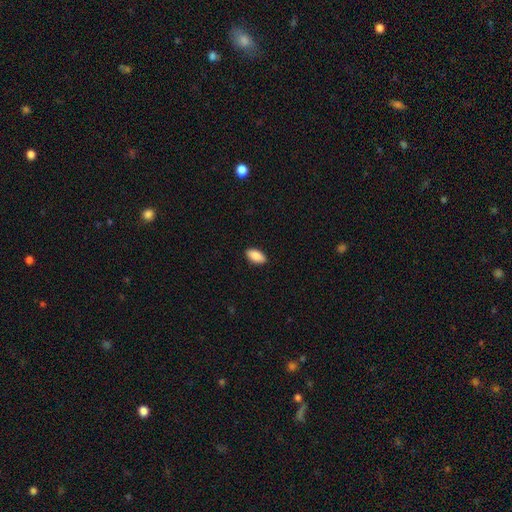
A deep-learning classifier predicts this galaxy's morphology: smooth_or_featured: smooth (p=0.90) [alt: star or artifact p=0.06]
how_rounded: in between (p=0.93) [alt: cigar-shaped p=0.04]
merging: none (p=0.90) [alt: minor disturbance p=0.08]